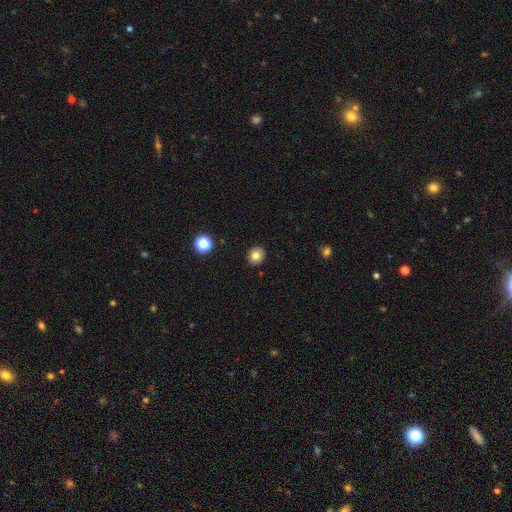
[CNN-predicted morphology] The model was most divided on "smooth or featured": smooth: 79%, star or artifact: 12%, featured or disk: 9%. More confident: merging — none (91%); how rounded — round (87%).